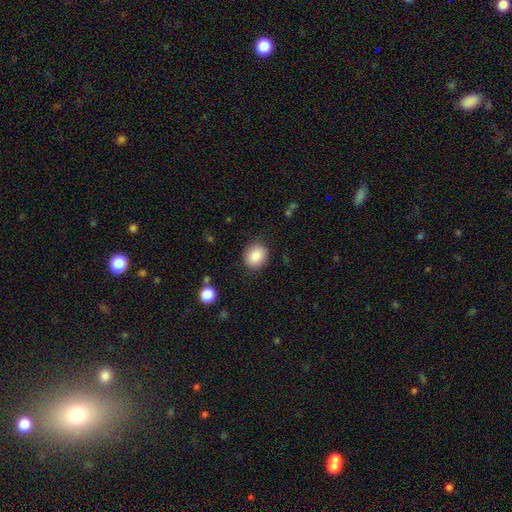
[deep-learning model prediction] This is clearly a smooth galaxy (86%). How rounded: likely round (67%). Merging: clearly none (87%).